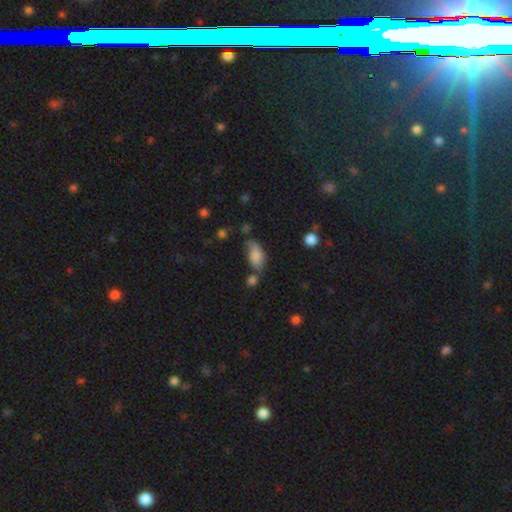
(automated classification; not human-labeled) Smooth or featured? Predicted: smooth (p=0.80). How rounded? Predicted: in between (p=0.91). Merging? Predicted: none (p=0.40).